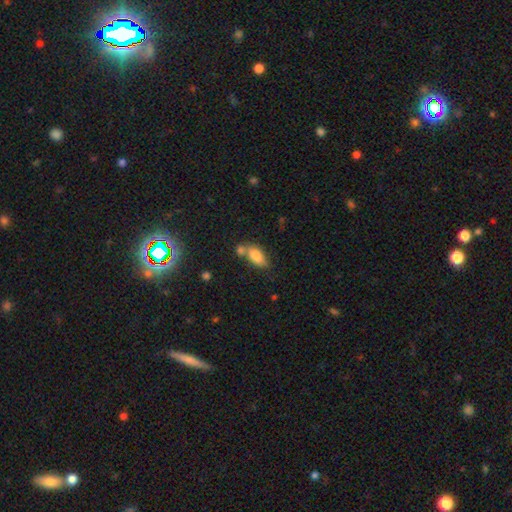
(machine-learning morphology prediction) Q: Smooth or featured?
A: smooth (82%); runner-up: featured or disk (11%)
Q: How rounded?
A: in between (88%); runner-up: cigar-shaped (8%)
Q: Merging?
A: none (47%); runner-up: merger (31%)